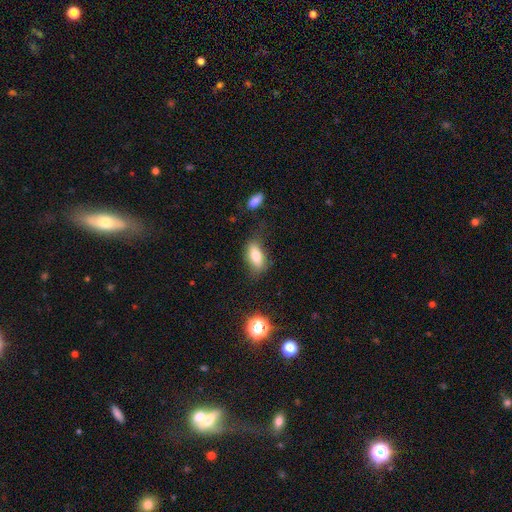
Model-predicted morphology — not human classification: Q: Smooth or featured?
A: smooth (75%); runner-up: featured or disk (16%)
Q: How rounded?
A: in between (83%); runner-up: cigar-shaped (11%)
Q: Merging?
A: none (69%); runner-up: minor disturbance (20%)